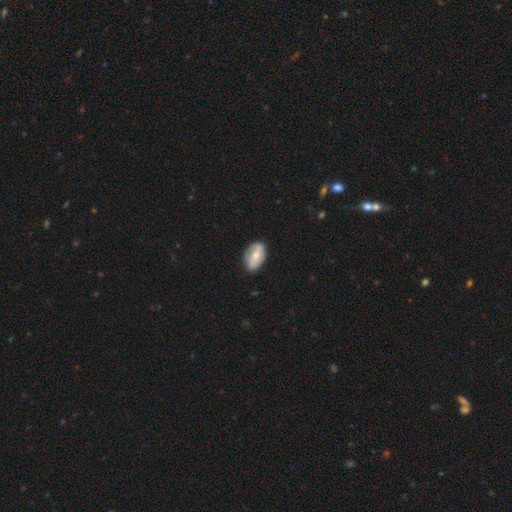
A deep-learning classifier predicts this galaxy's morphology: A smooth galaxy with no disk features (55%) that is in between round and cigar-shaped (90%). Merging: none (76%).